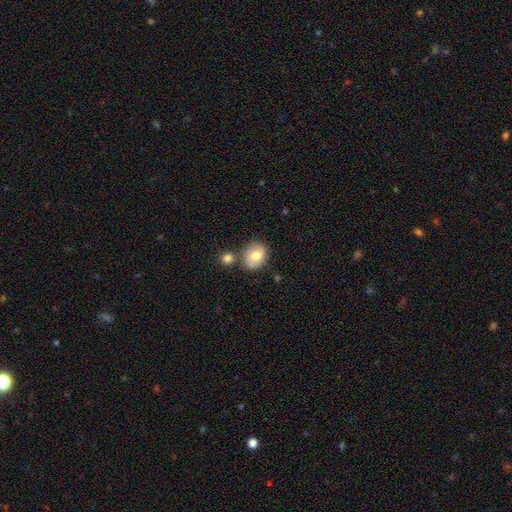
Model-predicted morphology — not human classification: Smooth or featured?
  - smooth: 75% *
  - featured or disk: 17%
  - star or artifact: 8%
How rounded?
  - in between: 51% *
  - round: 48%
  - cigar-shaped: 1%
Merging?
  - none: 71% *
  - minor disturbance: 14%
  - merger: 12%
  - major disturbance: 3%